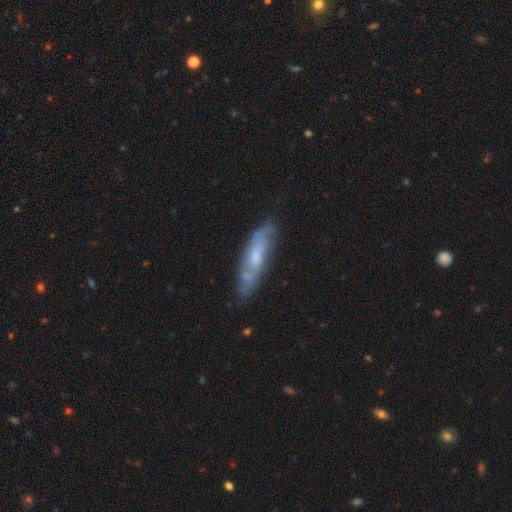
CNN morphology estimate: A featured or disk galaxy (61%). Merging: none (73%).